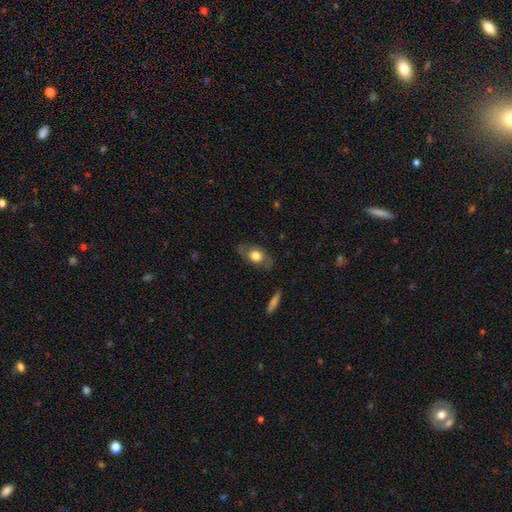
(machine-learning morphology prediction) smooth_or_featured: smooth (p=0.50) [alt: featured or disk p=0.43]
how_rounded: in between (p=0.74) [alt: round p=0.21]
merging: none (p=0.76) [alt: minor disturbance p=0.16]